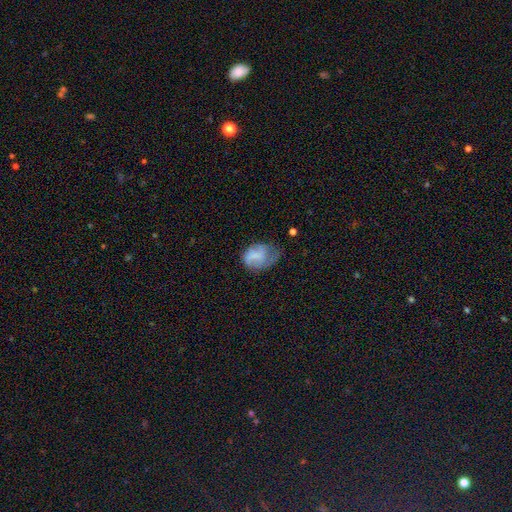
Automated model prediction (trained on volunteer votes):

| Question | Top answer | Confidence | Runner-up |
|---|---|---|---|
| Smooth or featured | smooth | 57% | featured or disk (35%) |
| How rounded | in between | 66% | round (33%) |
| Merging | minor disturbance | 37% | none (31%) |